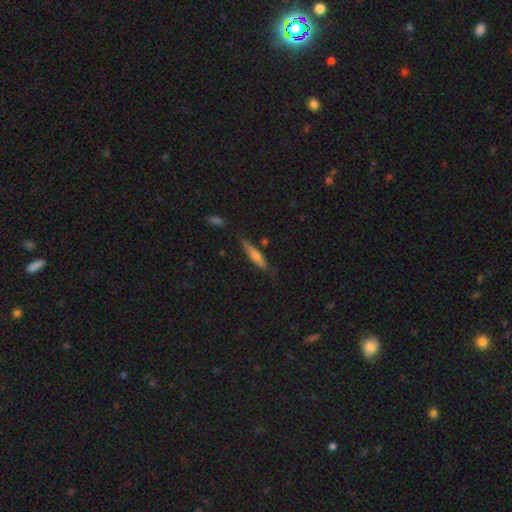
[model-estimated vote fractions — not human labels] Smooth or featured?
  - featured or disk: 47% *
  - smooth: 46%
  - star or artifact: 8%
Merging?
  - none: 76% *
  - minor disturbance: 18%
  - major disturbance: 3%
  - merger: 3%